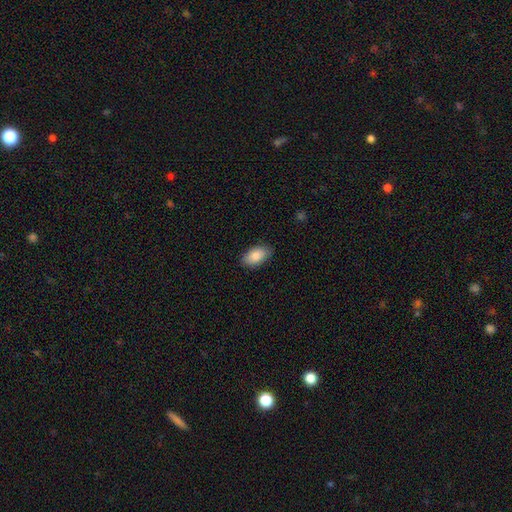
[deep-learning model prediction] A smooth galaxy with no disk features (86%) that is in between round and cigar-shaped (94%).

Vote fractions:
- Smooth or featured? smooth: 86% / featured or disk: 8% / star or artifact: 6%
- How rounded? in between: 94% / round: 4% / cigar-shaped: 2%
- Merging? none: 85% / minor disturbance: 12% / major disturbance: 2% / merger: 1%